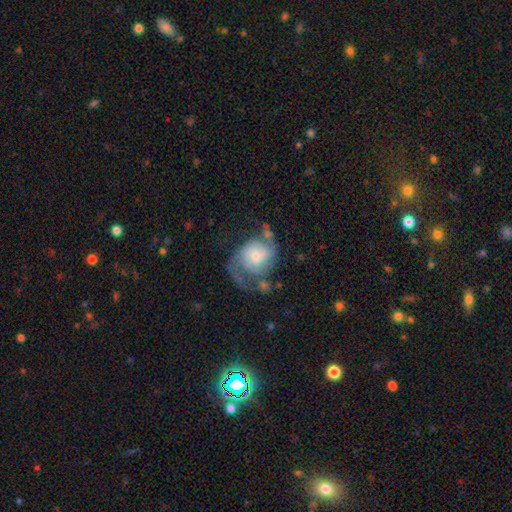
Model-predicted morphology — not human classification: Q: Smooth or featured?
A: featured or disk (78%); runner-up: smooth (16%)
Q: Edge-on disk?
A: no (98%); runner-up: yes (2%)
Q: Bar?
A: no (68%); runner-up: weak (28%)
Q: Spiral arms?
A: yes (93%); runner-up: no (7%)
Q: Spiral winding?
A: tight (42%); runner-up: medium (40%)
Q: Spiral arm count?
A: 2 (60%); runner-up: can't tell (16%)
Q: Bulge size?
A: small (45%); runner-up: moderate (38%)
Q: Merging?
A: none (38%); runner-up: major disturbance (32%)